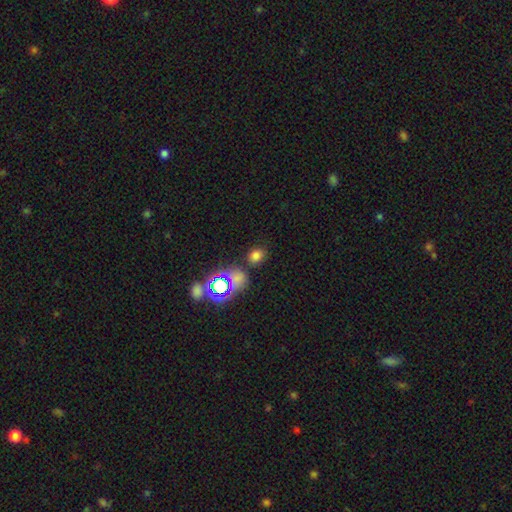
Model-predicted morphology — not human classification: Smooth or featured: smooth — 69% (star or artifact — 25%)
How rounded: round — 50% (in between — 49%)
Merging: none — 75% (minor disturbance — 12%)